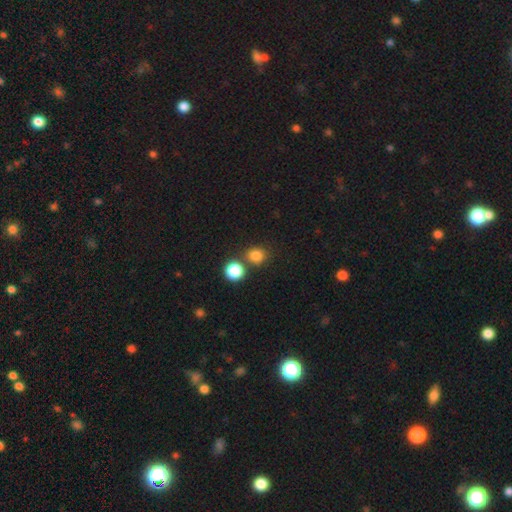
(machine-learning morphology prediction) type=smooth (81%); roundness=round (83%); merging=none (68%).